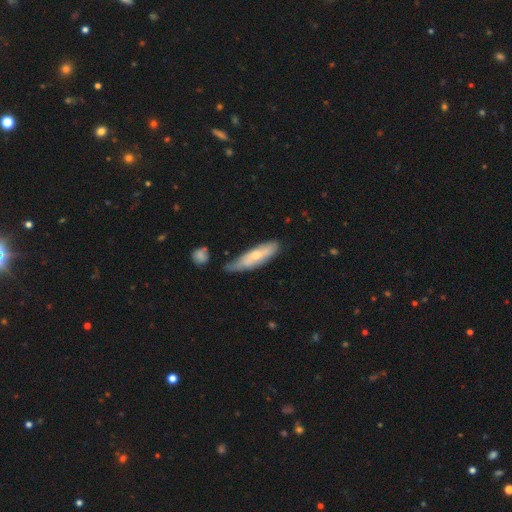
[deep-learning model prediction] Smooth or featured? smooth (54%)
How rounded? cigar-shaped (57%)
Merging? none (53%)